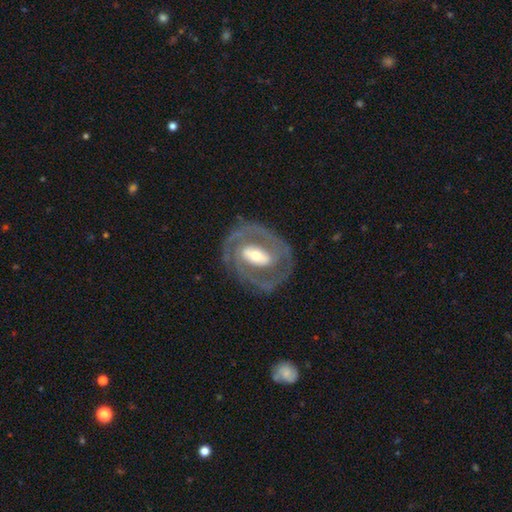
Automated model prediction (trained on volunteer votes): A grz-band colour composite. It shows a featured or disk galaxy (81%) with a strong bar (43%), 2 (68%) tight (56%) spiral arms (75%) and a moderate central bulge (54%). Merging: none (77%).